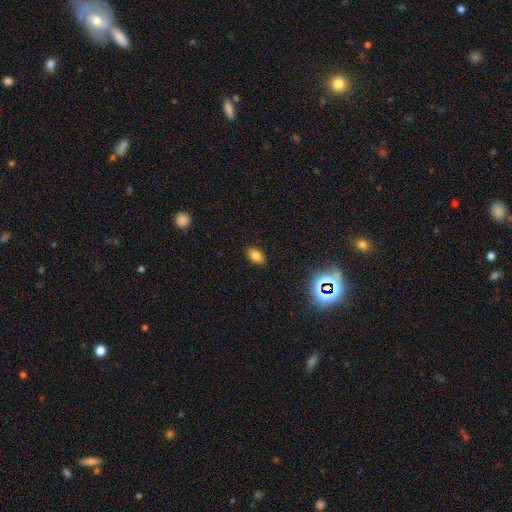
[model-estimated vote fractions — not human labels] smooth_or_featured: smooth (p=0.77) [alt: star or artifact p=0.14]
how_rounded: in between (p=0.86) [alt: round p=0.13]
merging: none (p=0.87) [alt: minor disturbance p=0.09]